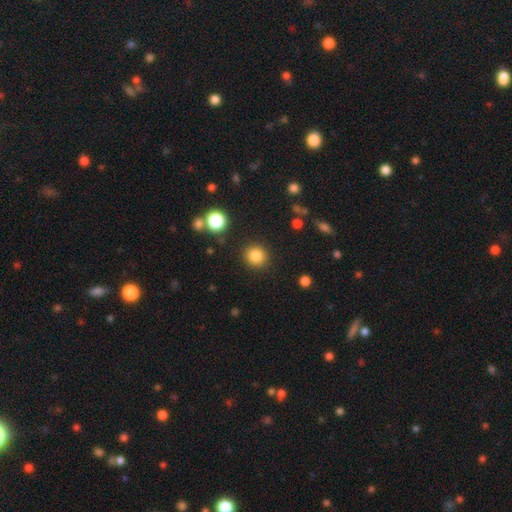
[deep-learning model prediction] The model was most divided on "smooth or featured": smooth: 84%, star or artifact: 12%, featured or disk: 5%. More confident: how rounded — round (91%); merging — none (89%).